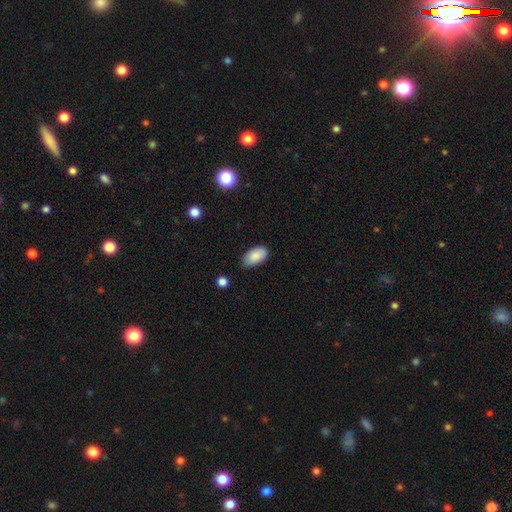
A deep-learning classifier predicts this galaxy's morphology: Smooth or featured: smooth — 88% (star or artifact — 7%)
How rounded: in between — 95% (round — 3%)
Merging: none — 79% (minor disturbance — 17%)